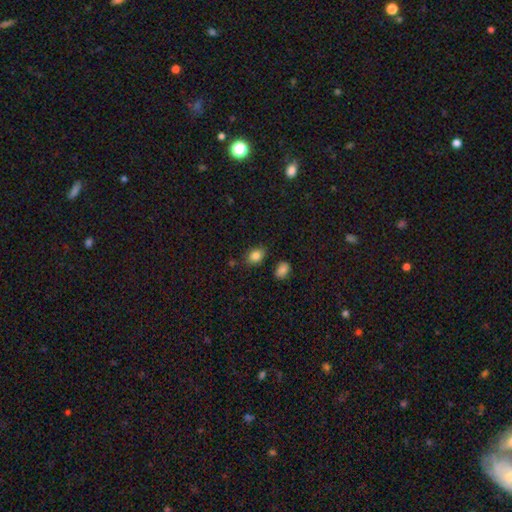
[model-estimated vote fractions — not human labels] Morphology: type=smooth (84%); roundness=in between (70%); merging=none (79%).